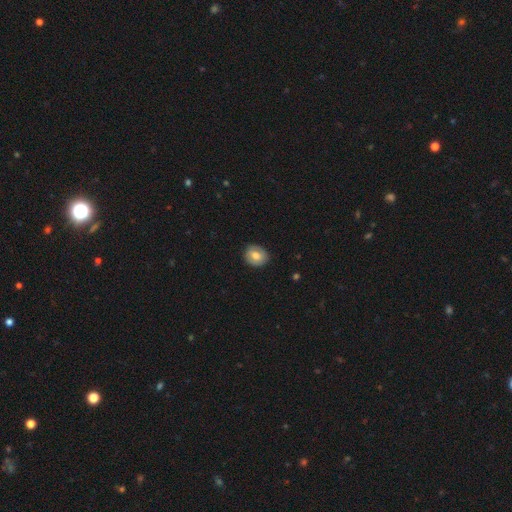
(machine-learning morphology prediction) A smooth galaxy with no disk features (71%) that is round (68%). Merging: none (85%).